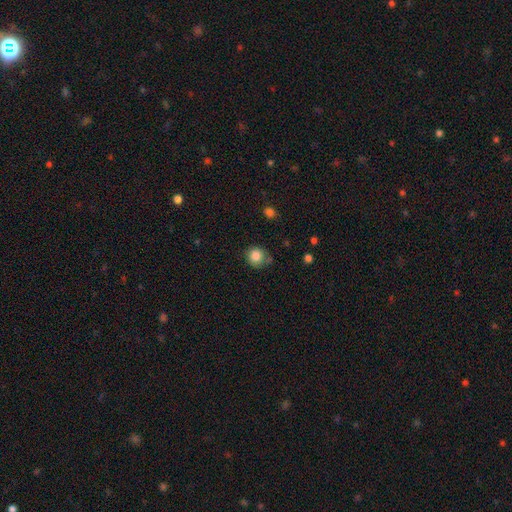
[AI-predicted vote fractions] Smooth or featured? smooth (84%)
How rounded? round (89%)
Merging? none (71%)